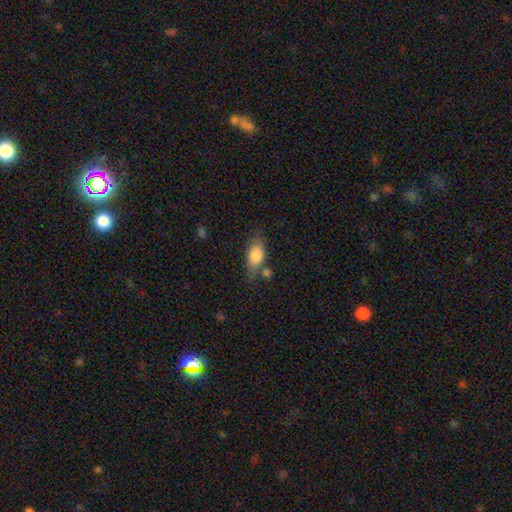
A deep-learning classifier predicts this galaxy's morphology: smooth_or_featured: smooth (p=0.80) [alt: featured or disk p=0.13]
how_rounded: in between (p=0.86) [alt: round p=0.08]
merging: none (p=0.59) [alt: minor disturbance p=0.22]